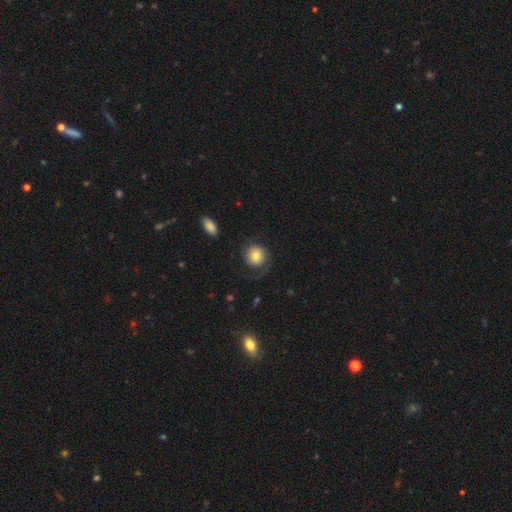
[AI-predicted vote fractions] This appears to be a smooth galaxy with no disk features (65%) that is round (86%). Merging: none (61%).